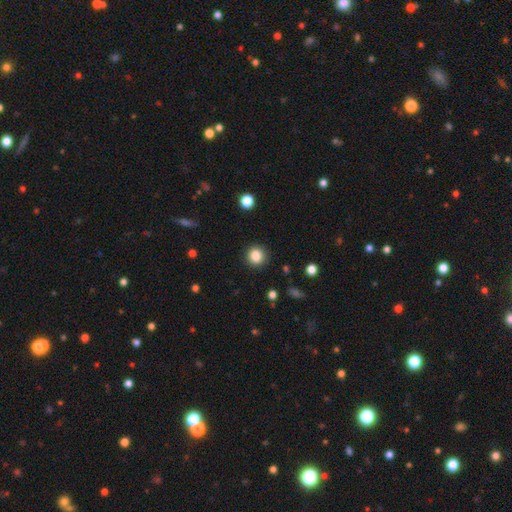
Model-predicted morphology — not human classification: This is clearly a smooth galaxy (85%). How rounded: clearly round (89%). Merging: clearly none (90%).